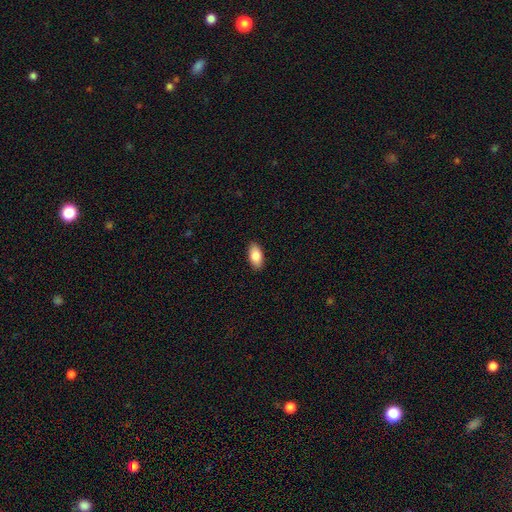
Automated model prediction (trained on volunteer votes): This is clearly a smooth galaxy (85%). How rounded: clearly in between (93%). Merging: clearly none (90%).